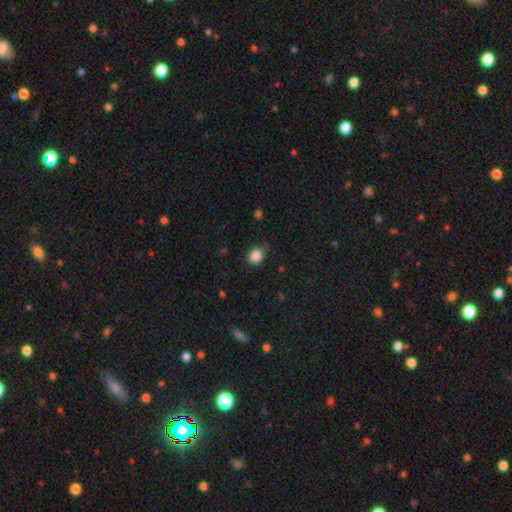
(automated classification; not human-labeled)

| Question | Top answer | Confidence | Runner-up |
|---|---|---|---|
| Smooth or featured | smooth | 86% | star or artifact (10%) |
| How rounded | round | 67% | in between (32%) |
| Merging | none | 67% | minor disturbance (27%) |